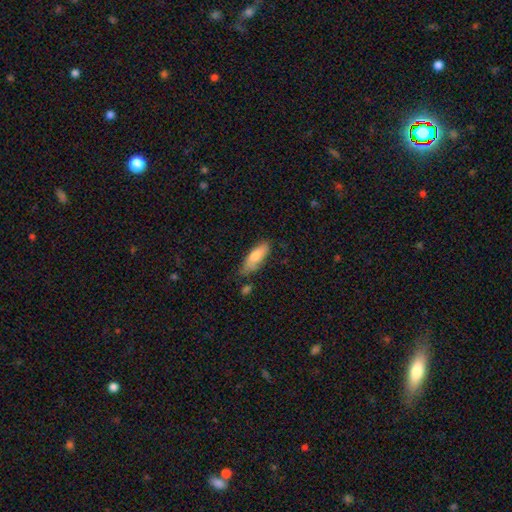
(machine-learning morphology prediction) Smooth or featured? Predicted: smooth (p=0.78). How rounded? Predicted: in between (p=0.62). Merging? Predicted: none (p=0.62).